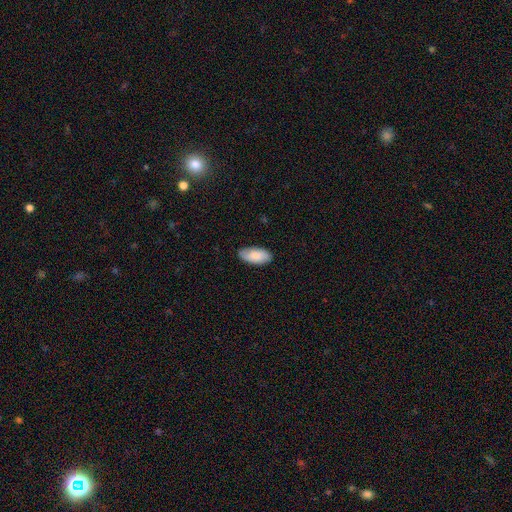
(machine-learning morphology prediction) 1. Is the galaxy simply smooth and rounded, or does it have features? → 83% smooth, 12% featured or disk, 6% star or artifact.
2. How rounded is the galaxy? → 93% in between, 5% cigar-shaped, 2% round.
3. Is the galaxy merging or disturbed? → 83% none, 14% minor disturbance, 2% major disturbance, 1% merger.